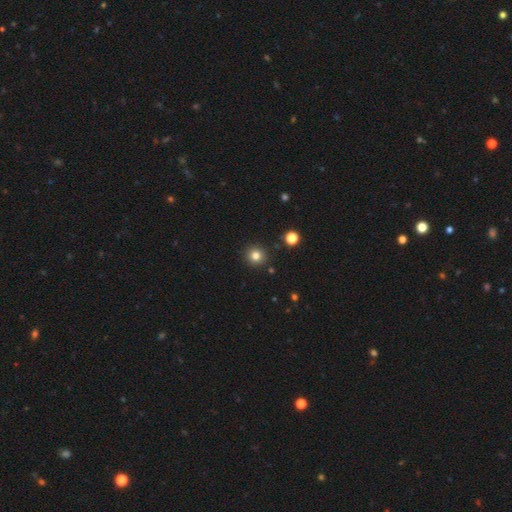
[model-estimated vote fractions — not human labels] Smooth or featured? Predicted: smooth (p=0.81). How rounded? Predicted: round (p=0.94). Merging? Predicted: none (p=0.90).